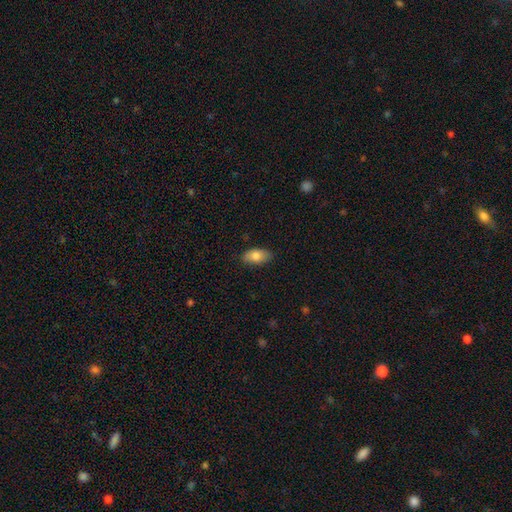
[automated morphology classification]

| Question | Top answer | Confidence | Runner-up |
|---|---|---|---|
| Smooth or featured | smooth | 81% | featured or disk (13%) |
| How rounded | in between | 92% | cigar-shaped (4%) |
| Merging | none | 84% | minor disturbance (13%) |